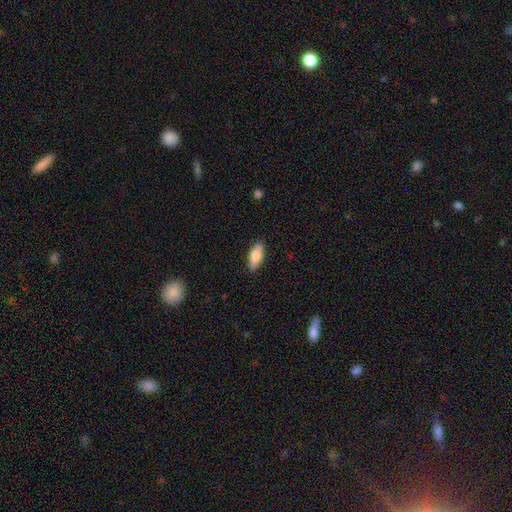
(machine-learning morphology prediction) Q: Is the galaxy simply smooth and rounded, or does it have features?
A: smooth — 79%.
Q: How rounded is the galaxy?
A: in between — 76%.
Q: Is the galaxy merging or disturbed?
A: none — 89%.